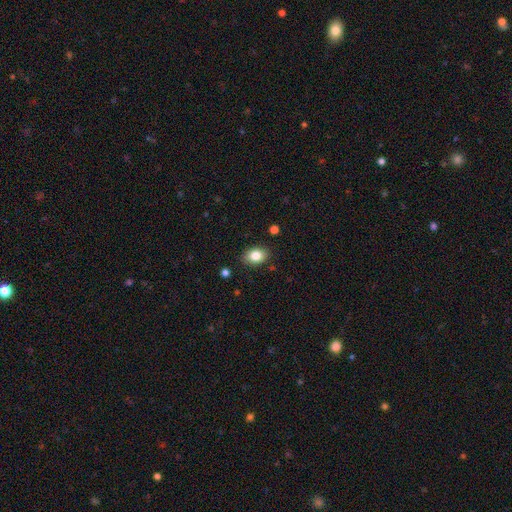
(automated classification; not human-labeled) smooth-or-featured: smooth: 83% | star or artifact: 9% | featured or disk: 8%
  how-rounded: in between: 76% | round: 23% | cigar-shaped: 1%
  merging: none: 86% | minor disturbance: 10% | major disturbance: 2% | merger: 1%